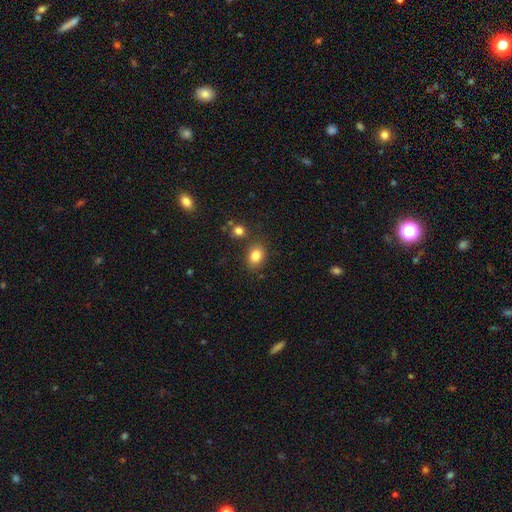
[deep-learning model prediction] smooth_or_featured: smooth (p=0.83) [alt: star or artifact p=0.10]
how_rounded: in between (p=0.64) [alt: round p=0.35]
merging: none (p=0.79) [alt: minor disturbance p=0.11]